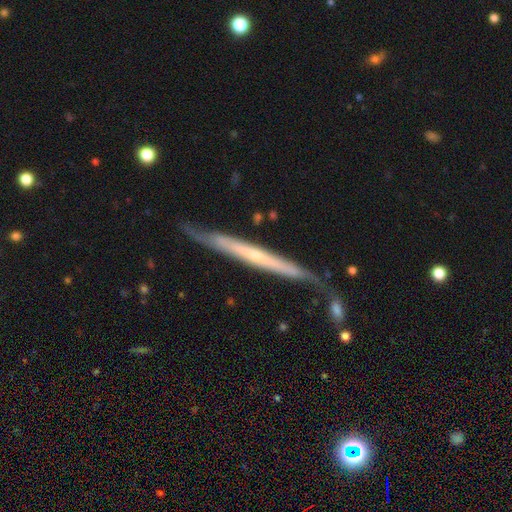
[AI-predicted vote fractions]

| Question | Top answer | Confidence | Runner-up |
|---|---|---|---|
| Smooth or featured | featured or disk | 70% | smooth (24%) |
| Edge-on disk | yes | 91% | no (9%) |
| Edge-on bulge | none | 61% | rounded (34%) |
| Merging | none | 67% | minor disturbance (21%) |